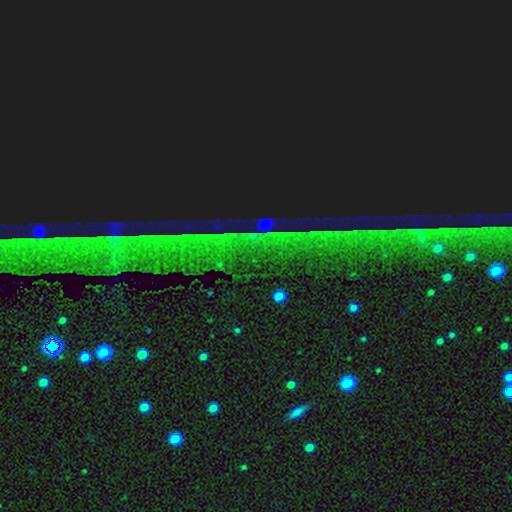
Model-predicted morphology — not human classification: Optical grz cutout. It shows a star or artifact, not a galaxy (85%).